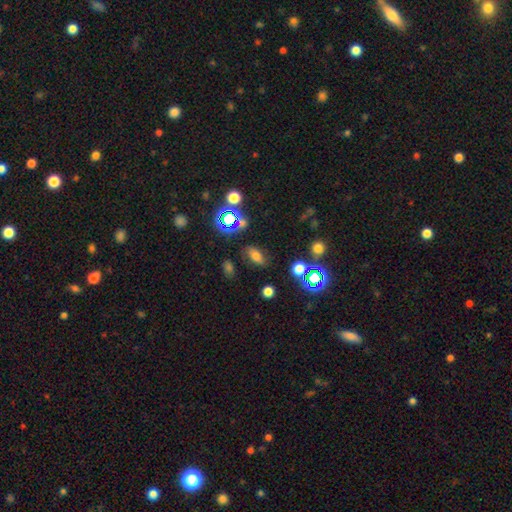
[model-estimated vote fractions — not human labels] Q: Smooth or featured?
A: smooth (57%); runner-up: star or artifact (26%)
Q: How rounded?
A: in between (80%); runner-up: round (13%)
Q: Merging?
A: none (71%); runner-up: minor disturbance (17%)